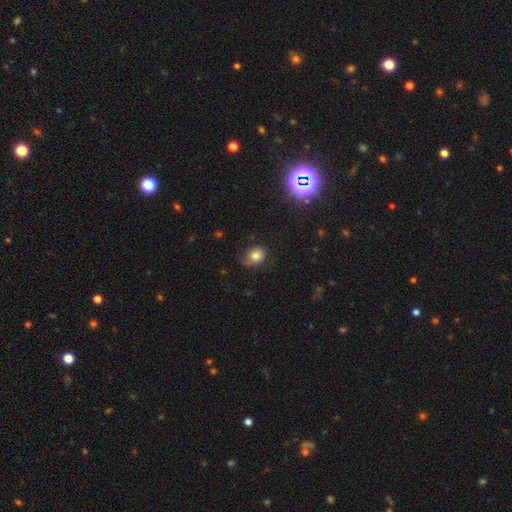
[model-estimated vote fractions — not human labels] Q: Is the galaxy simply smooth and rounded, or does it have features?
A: smooth — 76%.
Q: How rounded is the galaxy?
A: round — 67%.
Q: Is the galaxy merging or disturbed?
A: none — 63%.